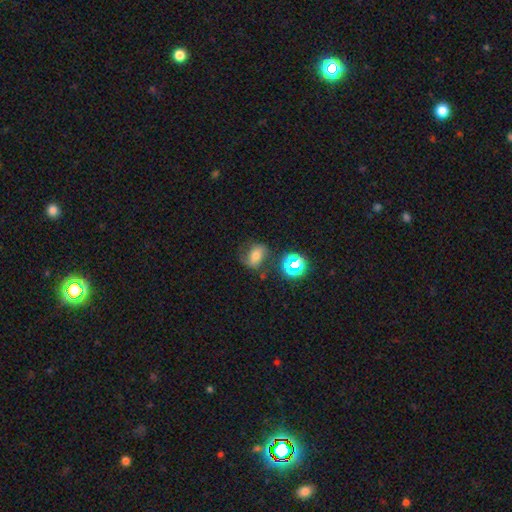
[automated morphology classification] The model was most divided on "smooth or featured": smooth: 50%, featured or disk: 31%, star or artifact: 20%. More confident: merging — none (57%).